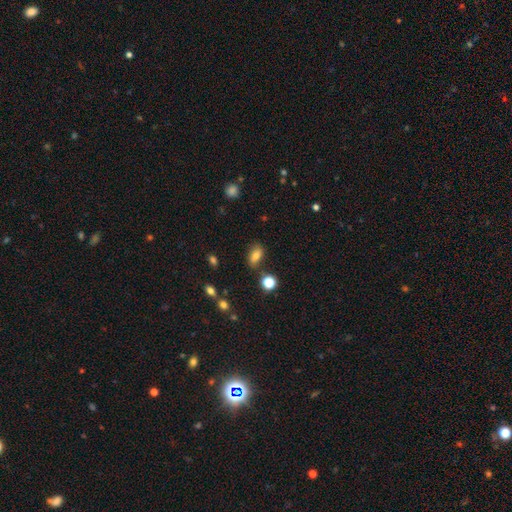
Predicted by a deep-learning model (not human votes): Q: Smooth or featured?
A: smooth (79%); runner-up: star or artifact (12%)
Q: How rounded?
A: in between (84%); runner-up: round (12%)
Q: Merging?
A: none (73%); runner-up: minor disturbance (17%)